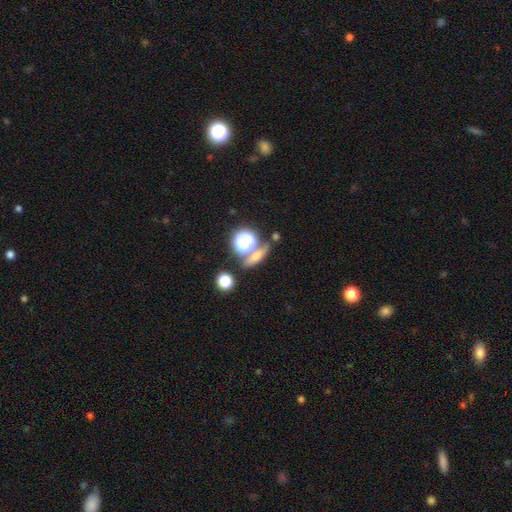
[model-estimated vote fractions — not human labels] Smooth or featured?
  - smooth: 56% *
  - star or artifact: 23%
  - featured or disk: 21%
How rounded?
  - round: 40% *
  - cigar-shaped: 31%
  - in between: 29%
Merging?
  - none: 66% *
  - merger: 17%
  - minor disturbance: 11%
  - major disturbance: 5%